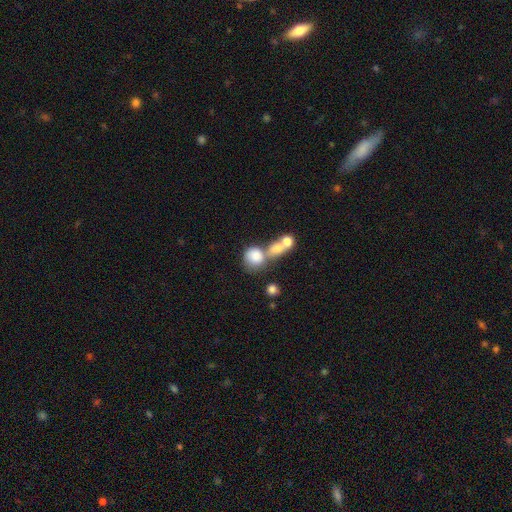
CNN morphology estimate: Smooth or featured?
  - smooth: 77% *
  - featured or disk: 13%
  - star or artifact: 10%
How rounded?
  - round: 72% *
  - in between: 26%
  - cigar-shaped: 2%
Merging?
  - merger: 55% *
  - none: 26%
  - minor disturbance: 10%
  - major disturbance: 8%